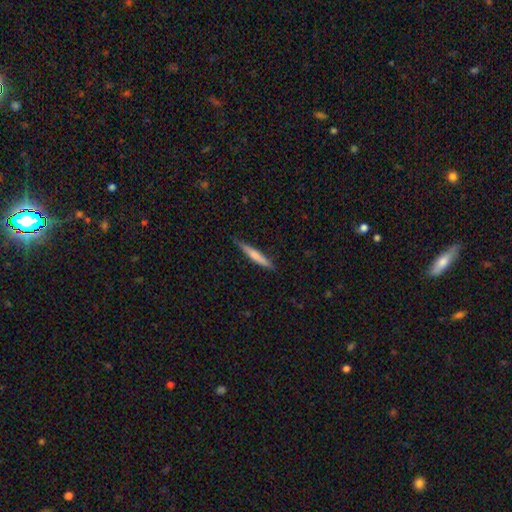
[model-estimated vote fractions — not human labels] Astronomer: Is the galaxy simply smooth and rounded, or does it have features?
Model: smooth — 66%.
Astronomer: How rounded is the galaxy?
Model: cigar-shaped — 94%.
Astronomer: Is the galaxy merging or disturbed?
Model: none — 81%.